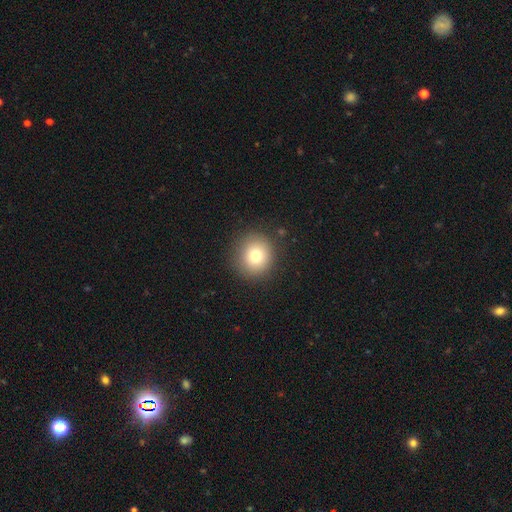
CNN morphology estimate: Q: Smooth or featured?
A: smooth (78%); runner-up: star or artifact (11%)
Q: How rounded?
A: round (90%); runner-up: in between (9%)
Q: Merging?
A: none (89%); runner-up: minor disturbance (7%)